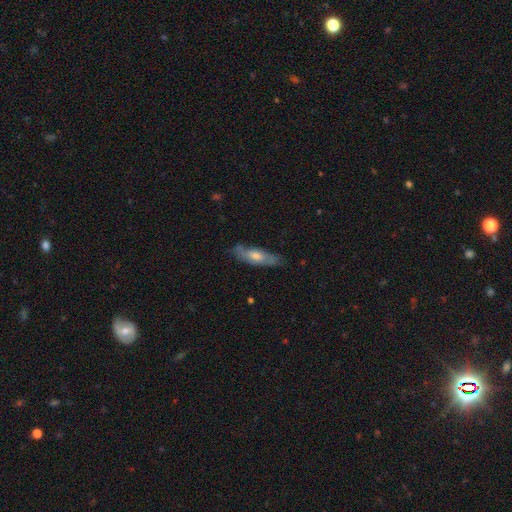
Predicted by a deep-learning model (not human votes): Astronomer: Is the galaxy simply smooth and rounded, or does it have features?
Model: featured or disk — 49% (runner-up: smooth, 44%).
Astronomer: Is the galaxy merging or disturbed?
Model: none — 78%.